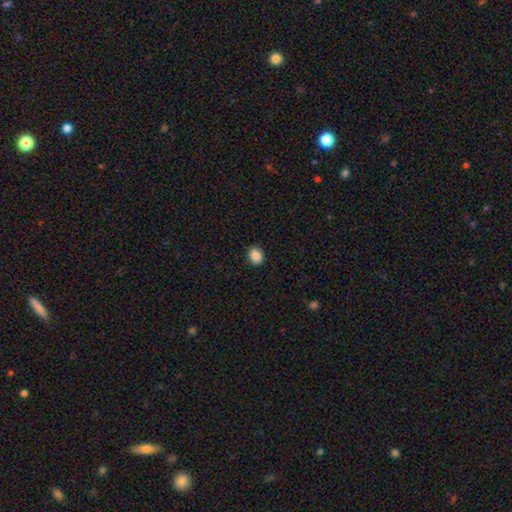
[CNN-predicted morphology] Smooth or featured? Predicted: smooth (p=0.87). How rounded? Predicted: in between (p=0.52). Merging? Predicted: none (p=0.91).